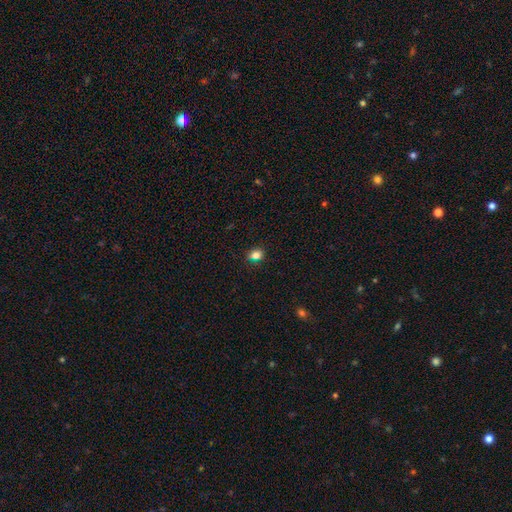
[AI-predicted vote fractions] Q: Smooth or featured?
A: smooth (78%); runner-up: star or artifact (16%)
Q: How rounded?
A: in between (52%); runner-up: round (46%)
Q: Merging?
A: none (80%); runner-up: minor disturbance (13%)